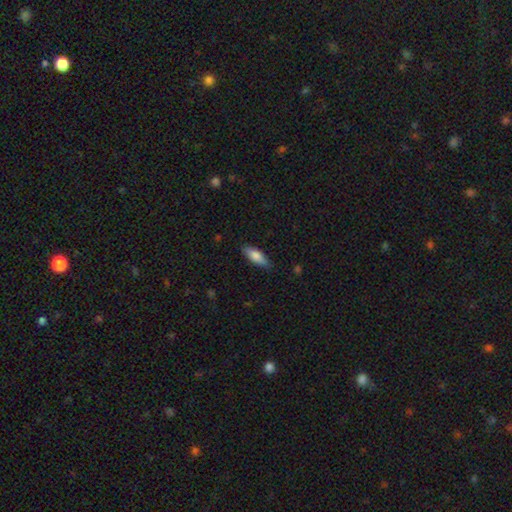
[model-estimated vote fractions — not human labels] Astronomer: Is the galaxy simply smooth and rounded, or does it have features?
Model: smooth — 76%.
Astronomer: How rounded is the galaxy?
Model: in between — 61% (runner-up: cigar-shaped, 37%).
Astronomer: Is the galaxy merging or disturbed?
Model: none — 83%.